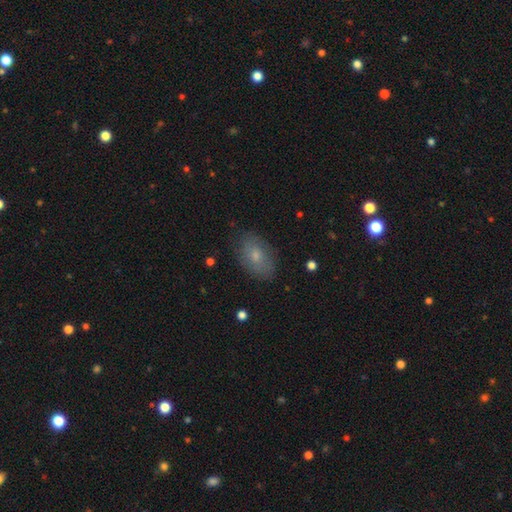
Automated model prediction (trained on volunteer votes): Morphology: type=smooth (70%); roundness=in between (88%); merging=none (79%).